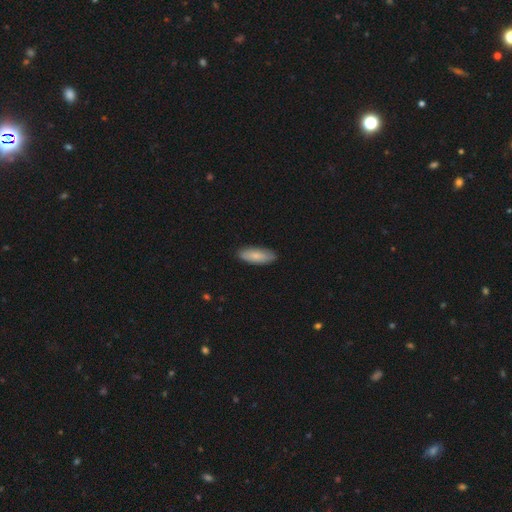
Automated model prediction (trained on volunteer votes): The model was most divided on "how rounded": in between: 74%, cigar-shaped: 24%, round: 2%. More confident: merging — none (86%); smooth or featured — smooth (80%).